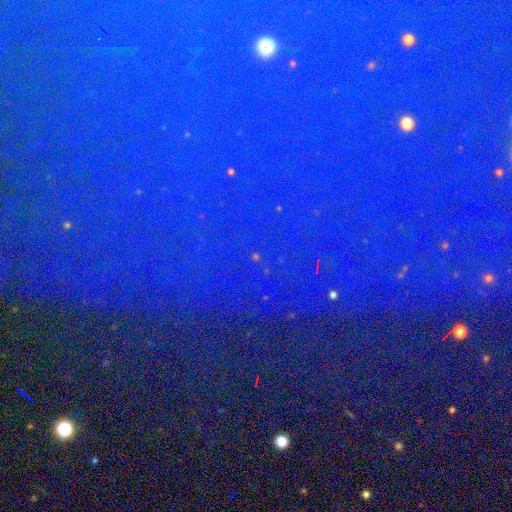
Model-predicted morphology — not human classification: A star or artifact, not a galaxy (82%).